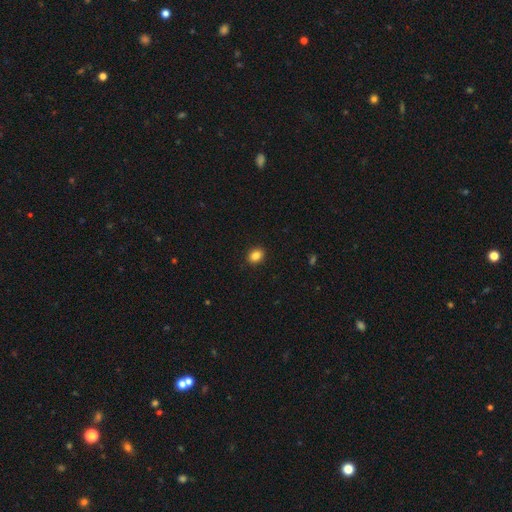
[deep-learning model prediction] Morphology: type=smooth (86%); roundness=in between (54%); merging=none (91%).